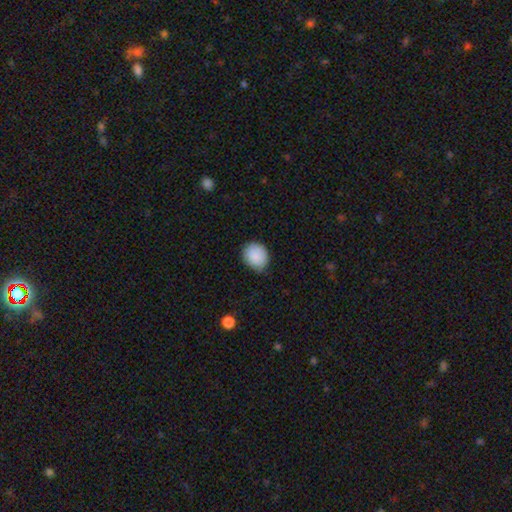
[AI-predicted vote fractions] Q: Smooth or featured?
A: smooth (89%); runner-up: star or artifact (7%)
Q: How rounded?
A: round (63%); runner-up: in between (36%)
Q: Merging?
A: none (75%); runner-up: minor disturbance (21%)